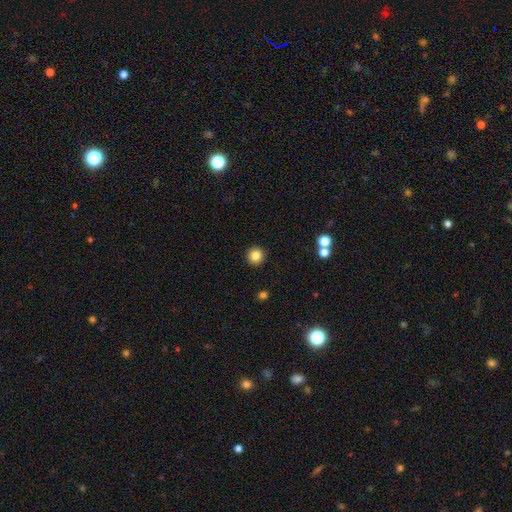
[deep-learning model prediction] Morphology: type=smooth (83%); roundness=round (95%); merging=none (93%).